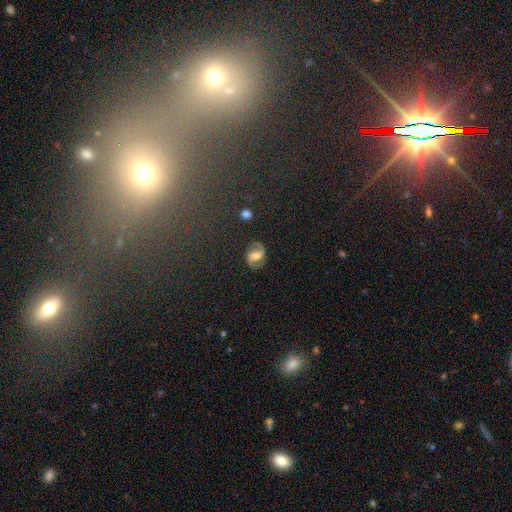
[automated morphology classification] Q: Smooth or featured?
A: featured or disk (81%); runner-up: smooth (12%)
Q: Edge-on disk?
A: no (98%); runner-up: yes (2%)
Q: Bar?
A: weak (48%); runner-up: no (27%)
Q: Spiral arms?
A: yes (94%); runner-up: no (6%)
Q: Spiral winding?
A: medium (49%); runner-up: loose (35%)
Q: Spiral arm count?
A: 2 (93%); runner-up: can't tell (2%)
Q: Bulge size?
A: moderate (64%); runner-up: small (22%)
Q: Merging?
A: none (84%); runner-up: minor disturbance (11%)